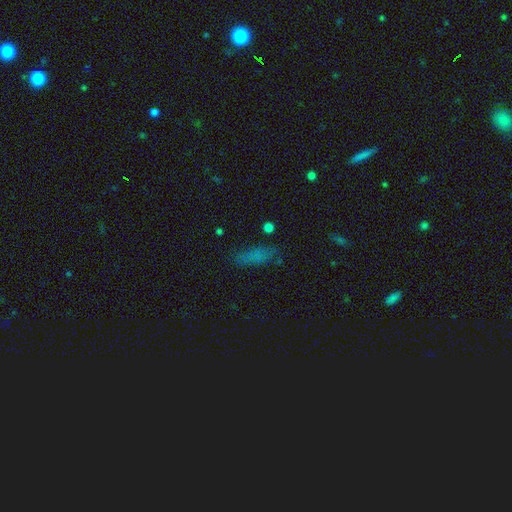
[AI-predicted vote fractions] Morphology: type=smooth (72%); roundness=in between (50%); merging=none (73%).